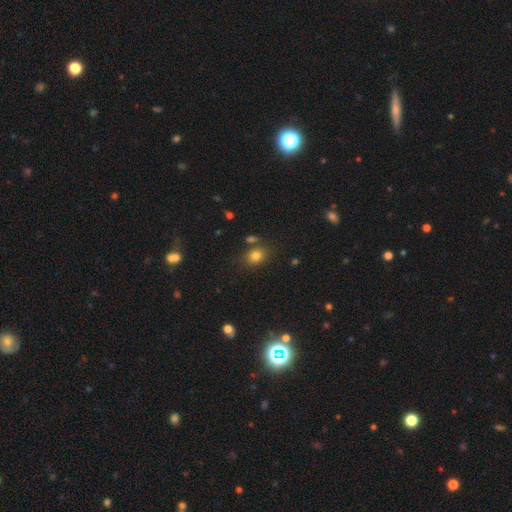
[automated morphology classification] smooth-or-featured: smooth: 79% | star or artifact: 13% | featured or disk: 8%
  how-rounded: in between: 55% | round: 44% | cigar-shaped: 1%
  merging: none: 72% | minor disturbance: 14% | merger: 9% | major disturbance: 5%